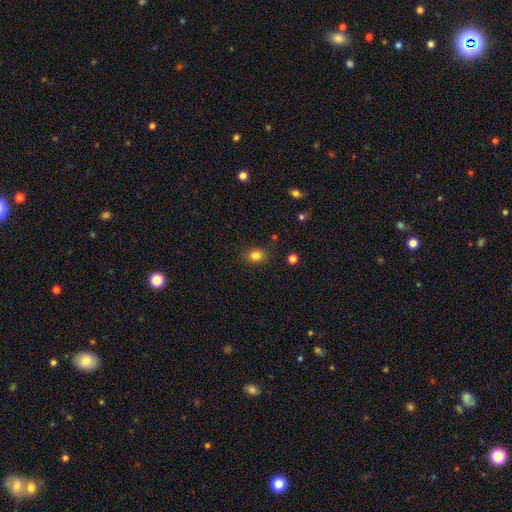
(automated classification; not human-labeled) Morphology: type=smooth (83%); roundness=round (52%); merging=none (82%).